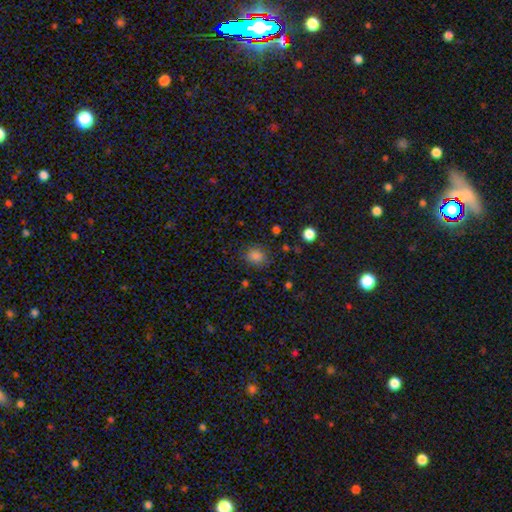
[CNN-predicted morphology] smooth_or_featured: smooth (p=0.82) [alt: star or artifact p=0.14]
how_rounded: round (p=0.59) [alt: in between p=0.40]
merging: none (p=0.81) [alt: minor disturbance p=0.13]